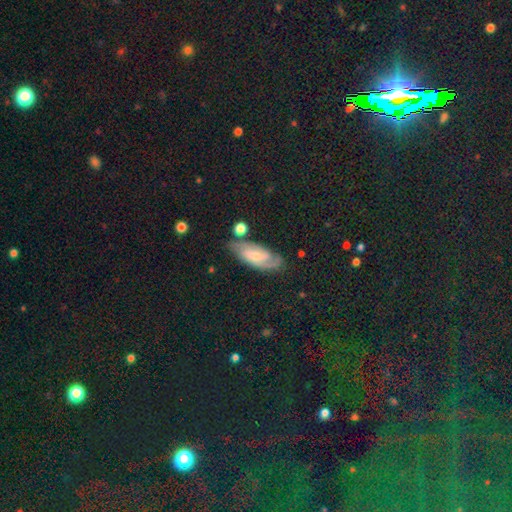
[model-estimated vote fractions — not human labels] Smooth or featured: featured or disk — 67% (smooth — 21%)
Edge-on disk: no — 91% (yes — 9%)
Bar: weak — 44% (no — 43%)
Spiral arms: yes — 93% (no — 7%)
Spiral winding: tight — 44% (medium — 43%)
Spiral arm count: 2 — 72% (can't tell — 15%)
Bulge size: small — 65% (moderate — 27%)
Merging: none — 75% (minor disturbance — 17%)